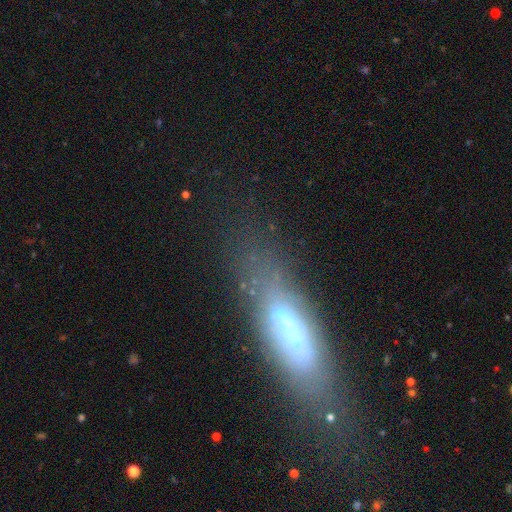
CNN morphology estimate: smooth_or_featured: featured or disk (p=0.52) [alt: smooth p=0.34]
disk_edge_on: yes (p=0.55) [alt: no p=0.45]
merging: none (p=0.67) [alt: minor disturbance p=0.18]